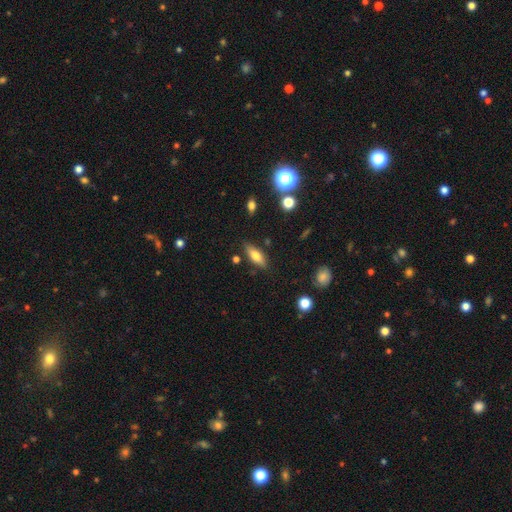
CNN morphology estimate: Q: Smooth or featured?
A: smooth (66%); runner-up: featured or disk (26%)
Q: How rounded?
A: in between (64%); runner-up: cigar-shaped (34%)
Q: Merging?
A: none (83%); runner-up: minor disturbance (12%)